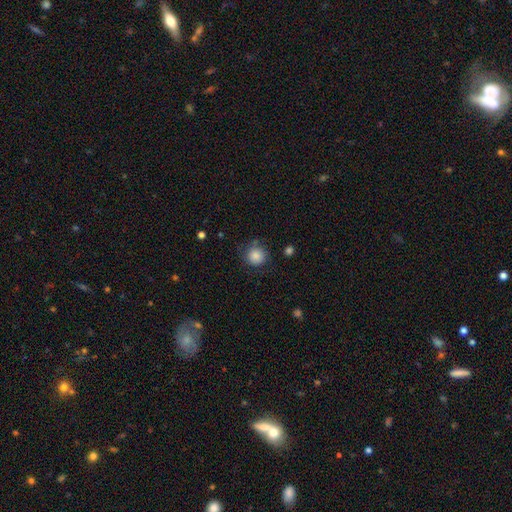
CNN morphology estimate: A smooth galaxy with no disk features (86%) that is round (92%).

Vote fractions:
- Smooth or featured? smooth: 86% / star or artifact: 9% / featured or disk: 5%
- How rounded? round: 92% / in between: 7% / cigar-shaped: 1%
- Merging? none: 77% / minor disturbance: 16% / major disturbance: 5% / merger: 2%